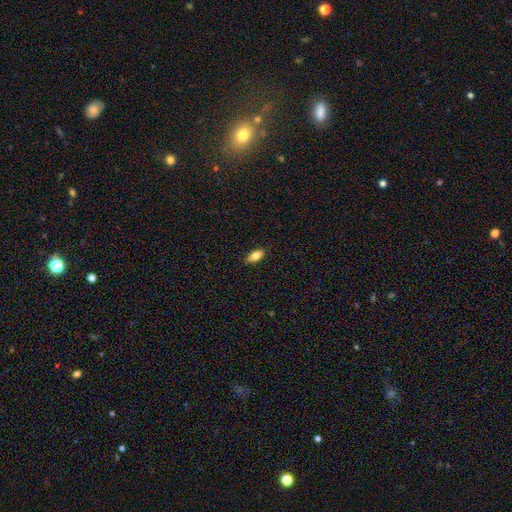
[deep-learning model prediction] Overall: smooth (79%). How rounded: in between (82%). Merging: none (87%).